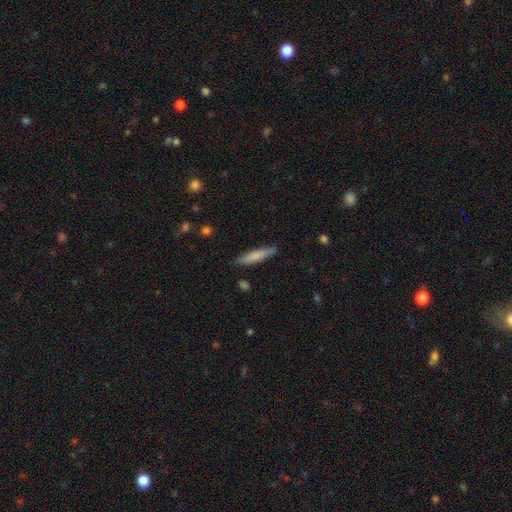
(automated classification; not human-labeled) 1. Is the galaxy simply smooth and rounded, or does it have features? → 75% smooth, 20% featured or disk, 6% star or artifact.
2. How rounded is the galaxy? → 87% cigar-shaped, 11% in between, 1% round.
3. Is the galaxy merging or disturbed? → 85% none, 11% minor disturbance, 2% major disturbance, 1% merger.